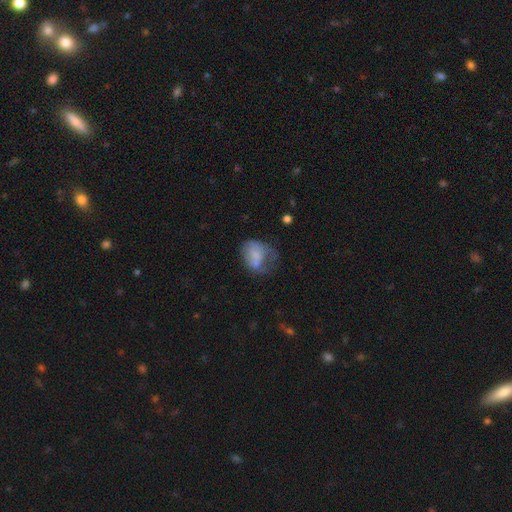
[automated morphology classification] Q: Smooth or featured?
A: smooth (62%); runner-up: featured or disk (29%)
Q: How rounded?
A: in between (64%); runner-up: round (35%)
Q: Merging?
A: major disturbance (30%); runner-up: minor disturbance (27%)